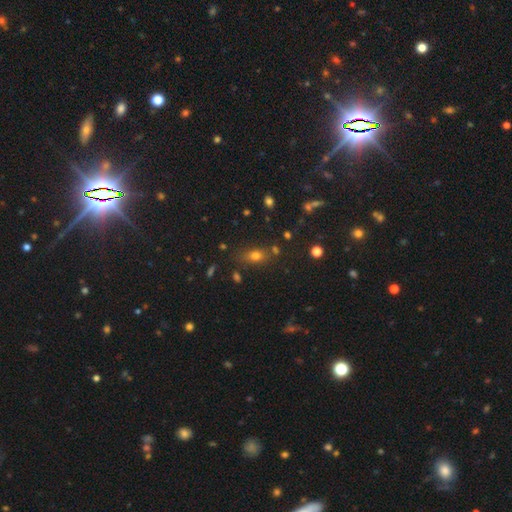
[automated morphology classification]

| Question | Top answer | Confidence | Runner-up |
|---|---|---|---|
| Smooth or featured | smooth | 66% | star or artifact (21%) |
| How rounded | in between | 63% | round (28%) |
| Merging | none | 72% | minor disturbance (16%) |